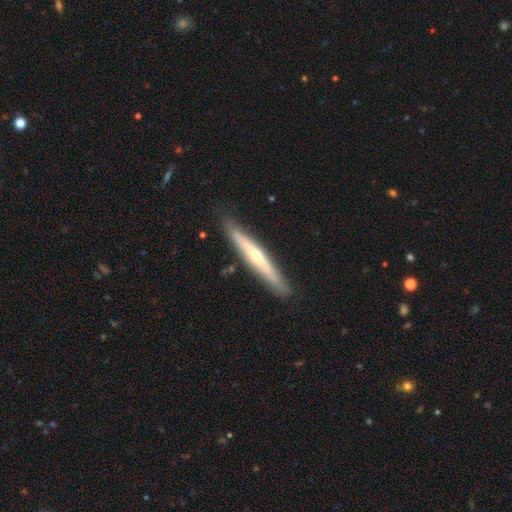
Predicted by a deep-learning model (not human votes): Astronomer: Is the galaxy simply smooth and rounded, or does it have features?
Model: featured or disk — 64%.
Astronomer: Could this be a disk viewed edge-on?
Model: yes — 93%.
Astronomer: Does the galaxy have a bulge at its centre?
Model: rounded — 80%.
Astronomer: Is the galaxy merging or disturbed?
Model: none — 88%.